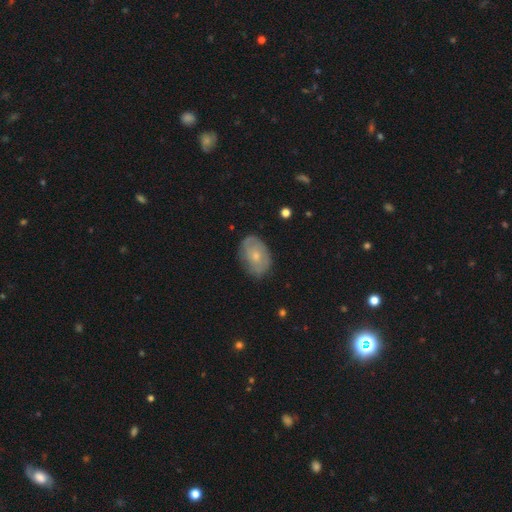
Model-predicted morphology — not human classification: This is possibly a smooth galaxy (50%). Merging: likely none (75%).